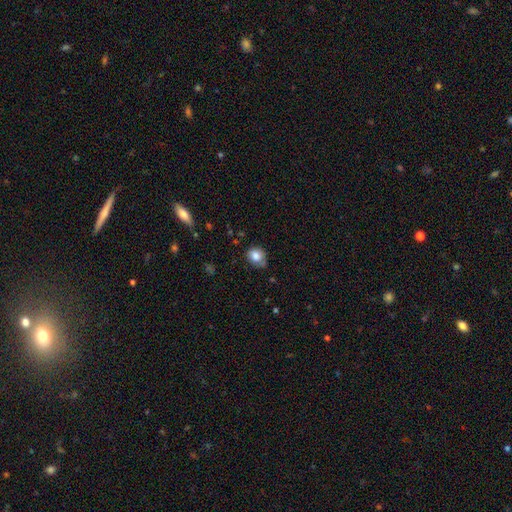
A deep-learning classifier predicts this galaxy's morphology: smooth 82%, star or artifact 9%, featured or disk 8%. Down the decision tree: how rounded — round (61%); merging — none (58%).